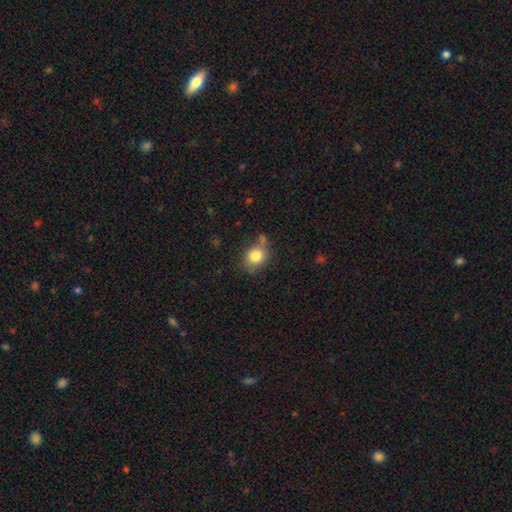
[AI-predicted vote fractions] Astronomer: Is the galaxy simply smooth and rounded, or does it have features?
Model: smooth — 82%.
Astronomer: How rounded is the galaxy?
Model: round — 69%.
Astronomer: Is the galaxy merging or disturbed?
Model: none — 64%.